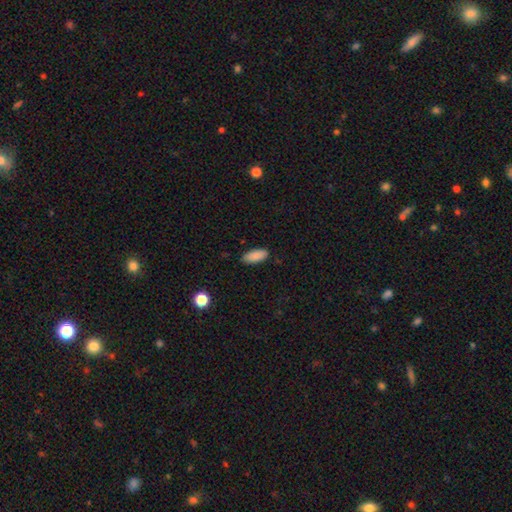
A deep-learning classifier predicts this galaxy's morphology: smooth-or-featured: smooth: 89% | star or artifact: 7% | featured or disk: 4%
  how-rounded: in between: 82% | cigar-shaped: 16% | round: 2%
  merging: none: 87% | minor disturbance: 10% | major disturbance: 2% | merger: 1%